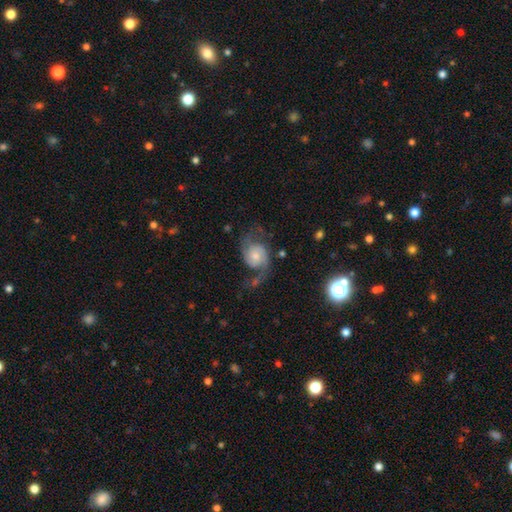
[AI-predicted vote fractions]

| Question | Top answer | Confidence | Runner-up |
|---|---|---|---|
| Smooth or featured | featured or disk | 80% | smooth (14%) |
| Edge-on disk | no | 98% | yes (2%) |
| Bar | no | 70% | weak (26%) |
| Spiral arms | yes | 95% | no (5%) |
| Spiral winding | loose | 47% | medium (40%) |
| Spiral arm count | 2 | 82% | 1 (11%) |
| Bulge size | small | 44% | moderate (42%) |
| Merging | none | 54% | major disturbance (24%) |